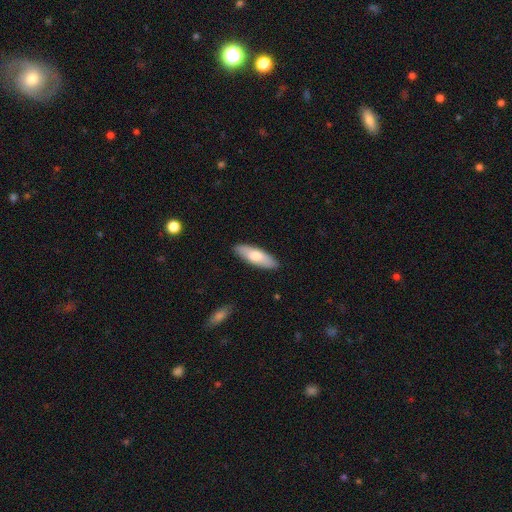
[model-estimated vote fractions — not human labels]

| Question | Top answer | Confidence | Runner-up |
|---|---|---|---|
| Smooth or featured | smooth | 72% | featured or disk (23%) |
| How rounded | in between | 56% | cigar-shaped (43%) |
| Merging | none | 88% | minor disturbance (9%) |